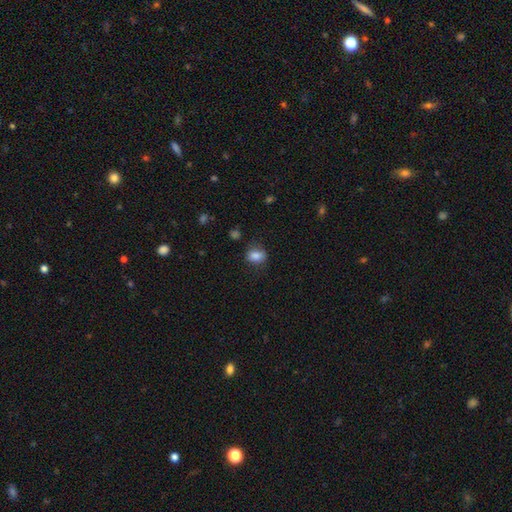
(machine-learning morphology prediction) This appears to be a smooth galaxy with no disk features (83%) that is in between round and cigar-shaped (63%). Merging: none (75%).